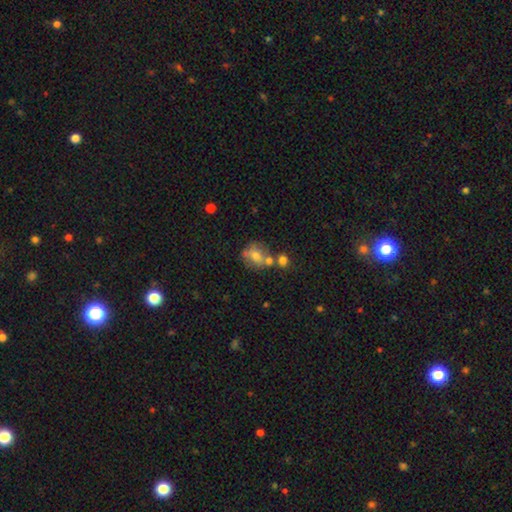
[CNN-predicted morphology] The model was most divided on "merging": none: 45%, merger: 33%, minor disturbance: 16%, major disturbance: 7%. More confident: smooth or featured — smooth (61%); how rounded — round (60%).